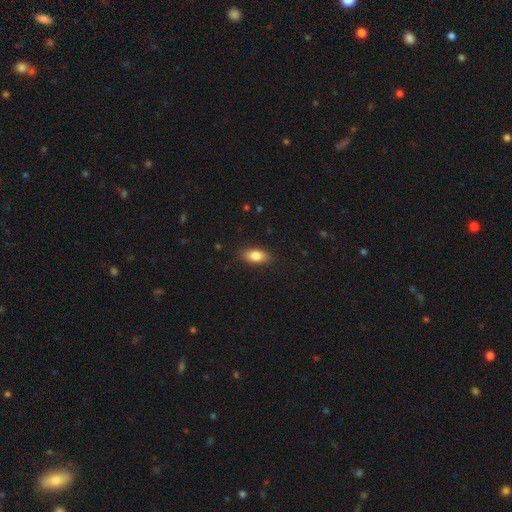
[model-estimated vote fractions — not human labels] Q: Smooth or featured?
A: smooth (84%); runner-up: featured or disk (8%)
Q: How rounded?
A: in between (88%); runner-up: round (6%)
Q: Merging?
A: none (87%); runner-up: minor disturbance (10%)